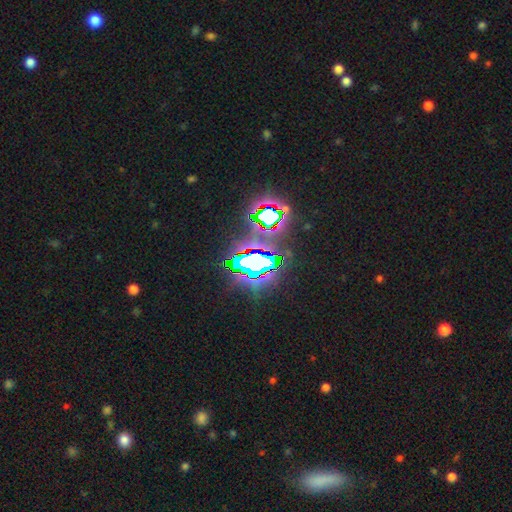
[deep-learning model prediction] star or artifact 80%, smooth 10%, featured or disk 10%.